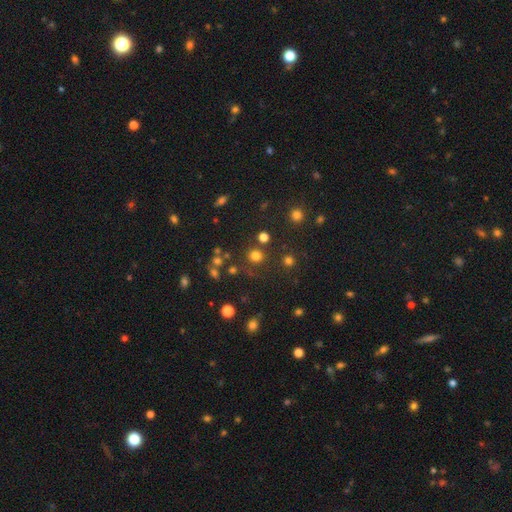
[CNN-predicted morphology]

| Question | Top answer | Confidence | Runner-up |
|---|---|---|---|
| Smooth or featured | smooth | 75% | star or artifact (20%) |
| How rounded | round | 90% | in between (9%) |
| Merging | none | 80% | minor disturbance (8%) |